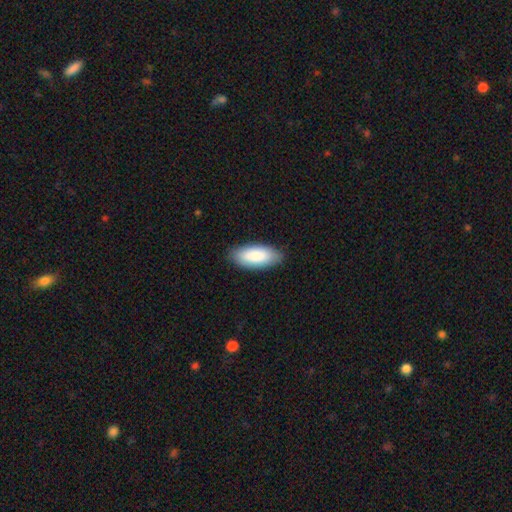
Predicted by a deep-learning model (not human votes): smooth-or-featured: smooth: 87% | featured or disk: 7% | star or artifact: 6%
  how-rounded: in between: 86% | cigar-shaped: 12% | round: 2%
  merging: none: 84% | minor disturbance: 12% | major disturbance: 2% | merger: 1%